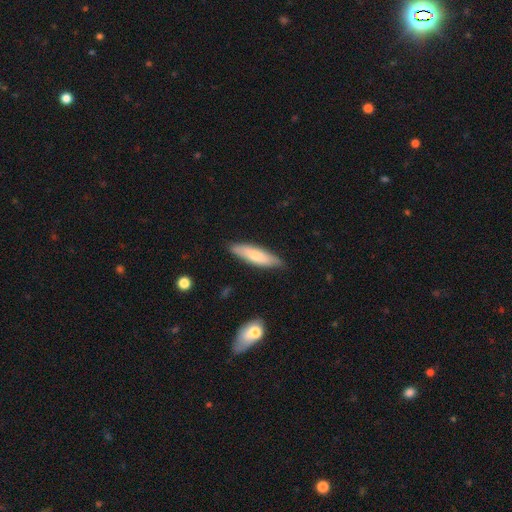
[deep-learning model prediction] smooth-or-featured: smooth: 67% | featured or disk: 27% | star or artifact: 6%
  how-rounded: cigar-shaped: 67% | in between: 32% | round: 2%
  merging: none: 82% | minor disturbance: 15% | major disturbance: 2% | merger: 2%